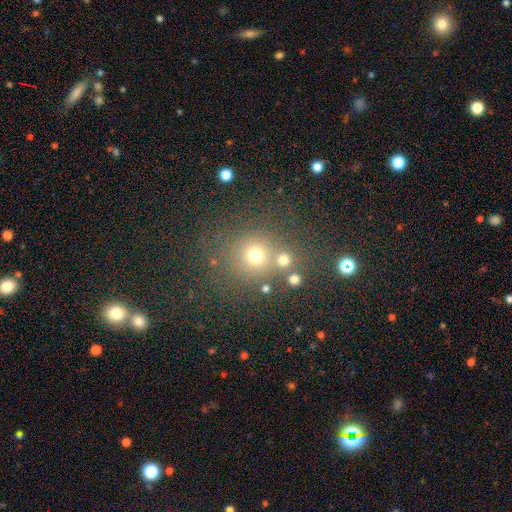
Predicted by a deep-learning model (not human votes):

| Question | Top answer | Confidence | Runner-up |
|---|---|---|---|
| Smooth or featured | smooth | 66% | star or artifact (23%) |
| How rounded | round | 88% | in between (11%) |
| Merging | none | 65% | merger (20%) |